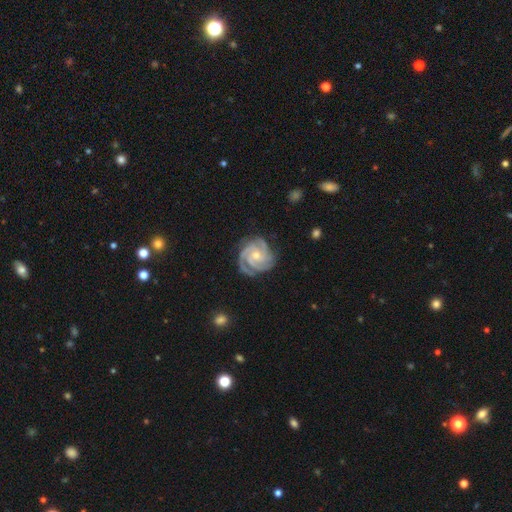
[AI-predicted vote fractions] This is clearly a featured or disk galaxy (92%). It is clearly not viewed edge-on (98%). Bar: likely no (69%). Spiral arm pattern: clearly yes (99%). Spiral arm count: possibly 3 (58%). Spiral winding: likely tight (70%). Central bulge: possibly small (56%). Merging: likely none (76%).